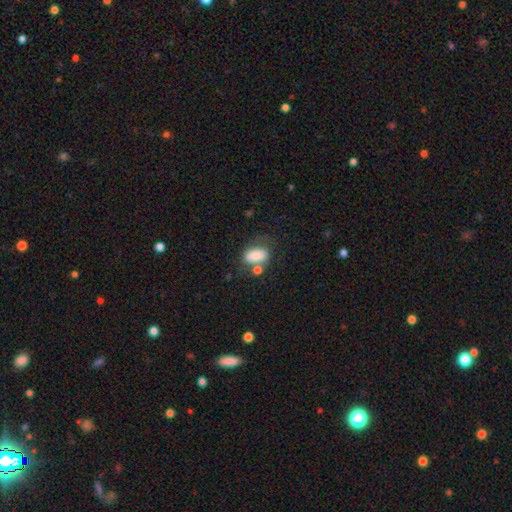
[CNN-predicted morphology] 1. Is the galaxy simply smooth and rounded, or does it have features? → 73% smooth, 18% featured or disk, 9% star or artifact.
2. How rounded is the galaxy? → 88% in between, 10% round, 2% cigar-shaped.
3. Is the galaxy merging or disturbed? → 42% none, 24% merger, 20% minor disturbance, 13% major disturbance.